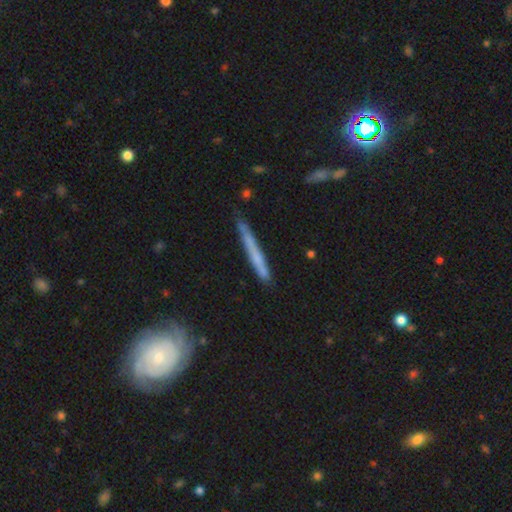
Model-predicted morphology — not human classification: A featured or disk galaxy (50%). Merging: none (77%).